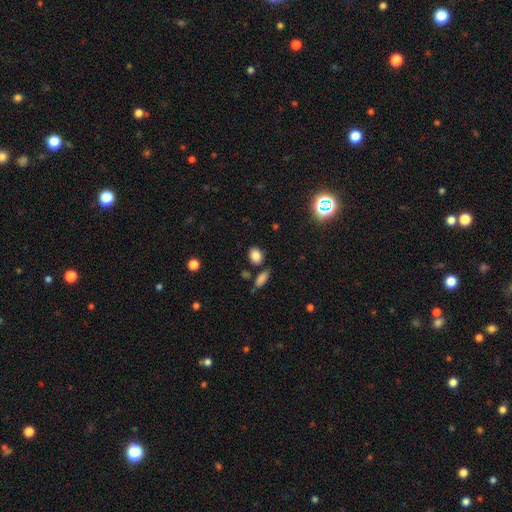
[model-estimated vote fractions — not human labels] Smooth or featured? Predicted: smooth (p=0.83). How rounded? Predicted: in between (p=0.58). Merging? Predicted: none (p=0.78).